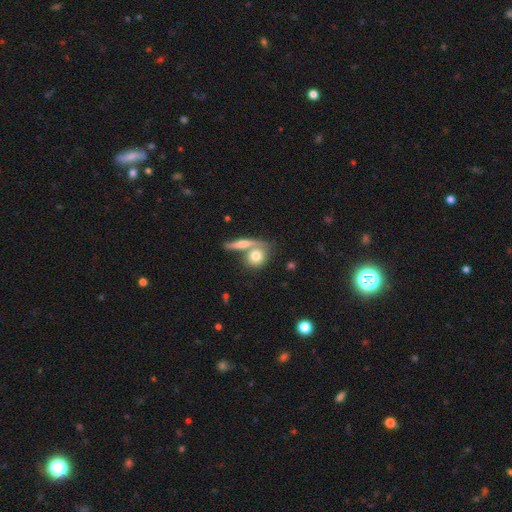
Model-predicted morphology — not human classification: Smooth or featured? Predicted: smooth (p=0.72). How rounded? Predicted: round (p=0.61). Merging? Predicted: none (p=0.46).